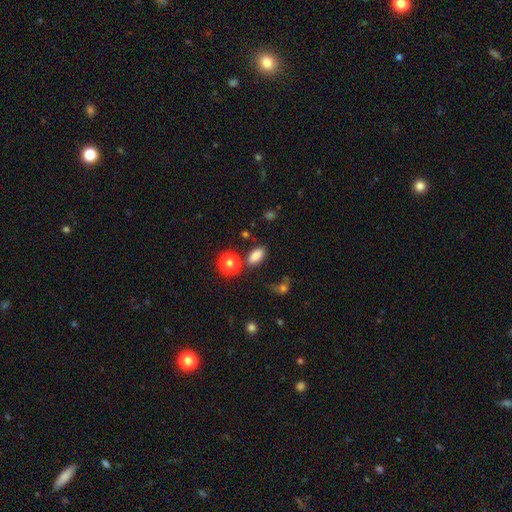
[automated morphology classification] smooth-or-featured: smooth: 83% | star or artifact: 12% | featured or disk: 6%
  how-rounded: in between: 85% | round: 10% | cigar-shaped: 5%
  merging: none: 76% | minor disturbance: 12% | merger: 7% | major disturbance: 4%